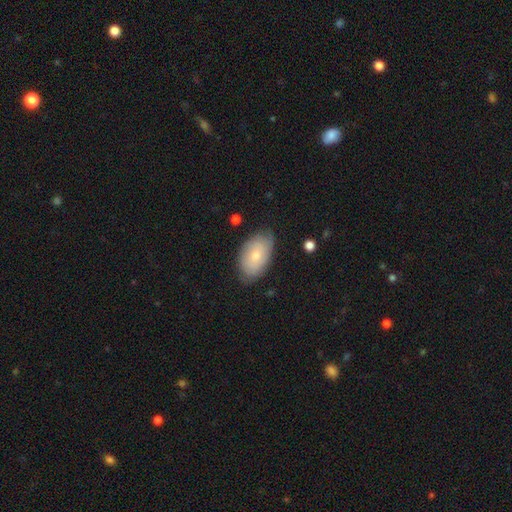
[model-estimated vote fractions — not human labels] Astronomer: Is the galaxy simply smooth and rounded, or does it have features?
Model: smooth — 69%.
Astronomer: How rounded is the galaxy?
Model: in between — 93%.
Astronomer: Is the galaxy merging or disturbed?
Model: none — 72%.